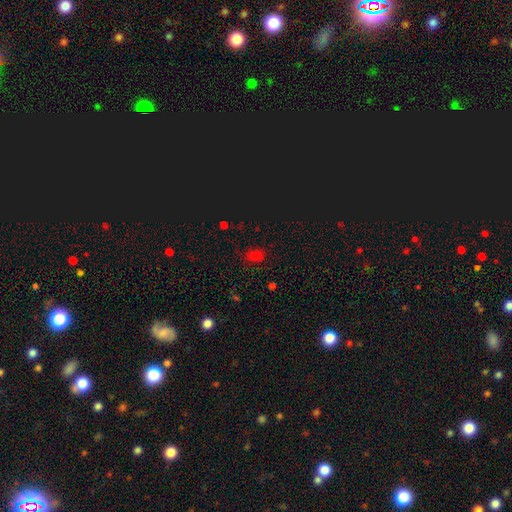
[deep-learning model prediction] A smooth galaxy with no disk features (62%) that is in between round and cigar-shaped (65%).

Vote fractions:
- Smooth or featured? smooth: 62% / star or artifact: 33% / featured or disk: 6%
- How rounded? in between: 65% / round: 34% / cigar-shaped: 2%
- Merging? none: 75% / minor disturbance: 17% / major disturbance: 6% / merger: 2%